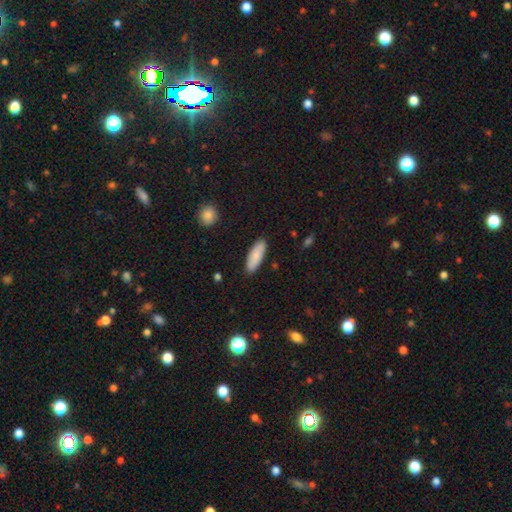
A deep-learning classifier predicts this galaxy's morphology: A smooth galaxy with no disk features (86%) that is in between round and cigar-shaped (62%). Merging: none (88%).